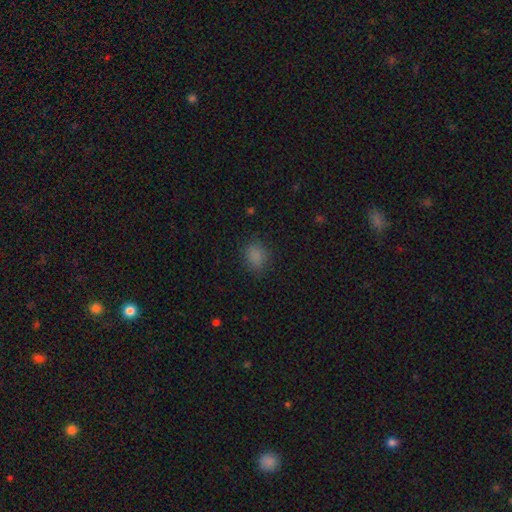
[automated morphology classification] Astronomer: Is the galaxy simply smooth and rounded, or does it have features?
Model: smooth — 83%.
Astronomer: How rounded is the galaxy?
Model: round — 56% (runner-up: in between, 43%).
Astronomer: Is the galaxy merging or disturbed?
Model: none — 82%.